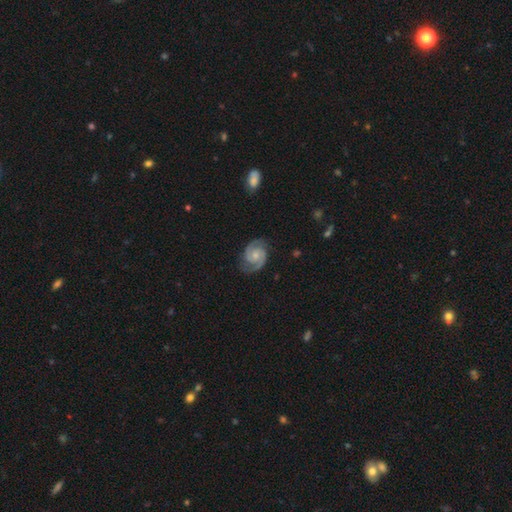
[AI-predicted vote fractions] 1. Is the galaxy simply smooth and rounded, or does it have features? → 90% featured or disk, 6% smooth, 5% star or artifact.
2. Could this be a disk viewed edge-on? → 98% no, 2% yes.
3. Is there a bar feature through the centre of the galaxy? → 61% no, 33% weak, 7% strong.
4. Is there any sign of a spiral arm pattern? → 98% yes, 2% no.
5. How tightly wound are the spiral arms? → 49% medium, 43% tight, 8% loose.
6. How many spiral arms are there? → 93% 2, 2% can't tell, 2% 3, 1% 1, 1% 4, 1% more than 4.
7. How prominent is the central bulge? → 48% small, 39% moderate, 9% none, 2% large, 1% dominant.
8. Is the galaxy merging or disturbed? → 82% none, 13% minor disturbance, 3% major disturbance, 1% merger.